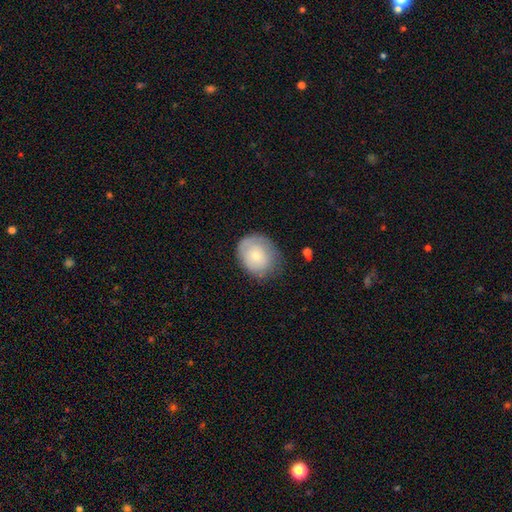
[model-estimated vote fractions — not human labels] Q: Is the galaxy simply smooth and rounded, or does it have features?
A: smooth — 66%.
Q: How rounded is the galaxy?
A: round — 63%.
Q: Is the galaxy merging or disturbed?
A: none — 62%.